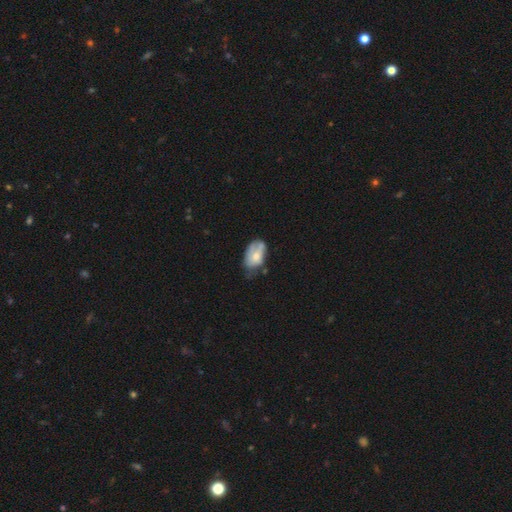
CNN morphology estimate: The model was most divided on "merging": minor disturbance: 38%, none: 34%, major disturbance: 20%, merger: 8%. More confident: how rounded — in between (90%); smooth or featured — smooth (58%).